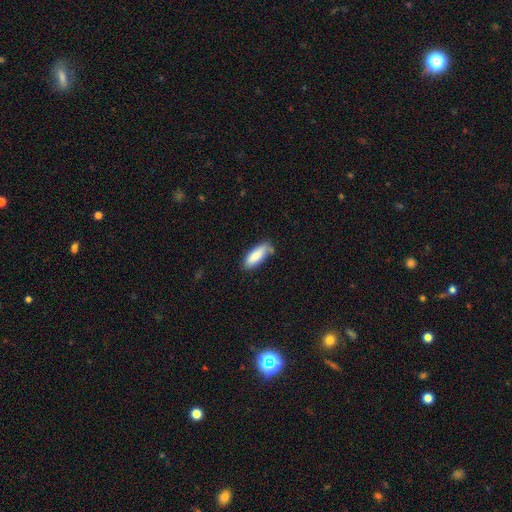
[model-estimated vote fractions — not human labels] The model was most divided on "merging": none: 63%, minor disturbance: 27%, major disturbance: 6%, merger: 5%. More confident: smooth or featured — smooth (83%); how rounded — in between (74%).